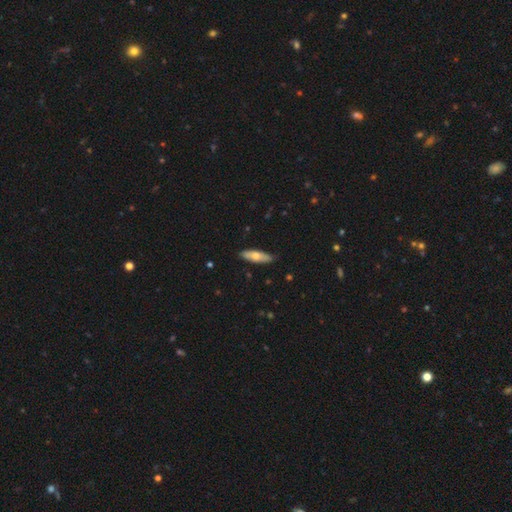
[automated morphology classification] Q: Smooth or featured?
A: smooth (60%); runner-up: featured or disk (34%)
Q: How rounded?
A: cigar-shaped (52%); runner-up: in between (46%)
Q: Merging?
A: none (85%); runner-up: minor disturbance (13%)